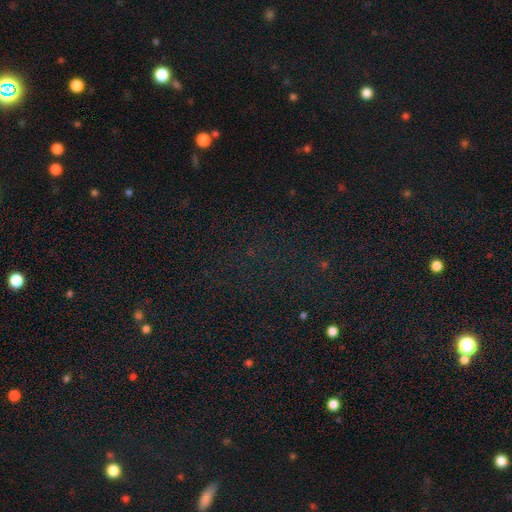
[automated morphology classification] Q: Smooth or featured?
A: star or artifact (71%); runner-up: smooth (20%)